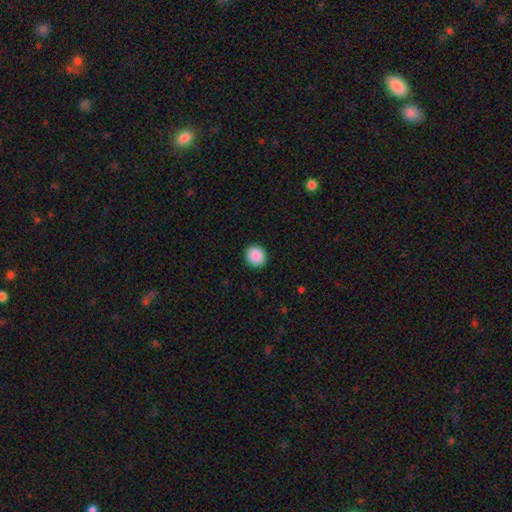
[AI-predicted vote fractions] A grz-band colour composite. It shows a smooth galaxy with no disk features (90%) that is round (85%). Merging: none (92%).